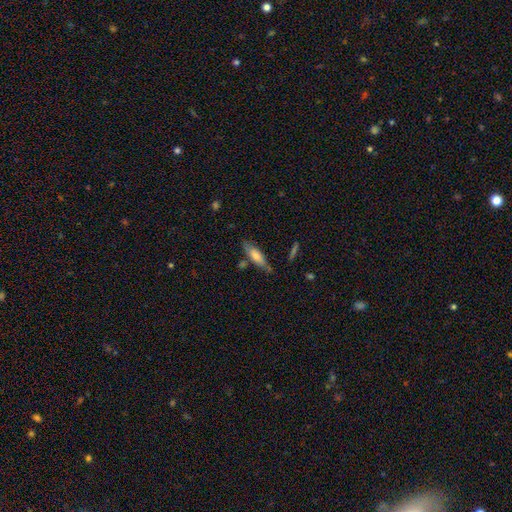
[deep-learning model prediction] smooth 65%, featured or disk 29%, star or artifact 7%. Down the decision tree: how rounded — cigar-shaped (54%); merging — none (70%).